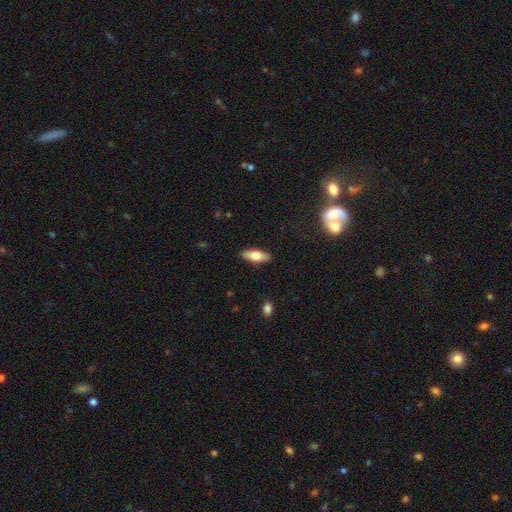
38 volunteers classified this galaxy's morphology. A smooth galaxy with no disk features (66%) that is in between round and cigar-shaped (72%).

Vote fractions:
- Smooth or featured? smooth: 66% / featured or disk: 26% / star or artifact: 8%
- How rounded? in between: 72% / cigar-shaped: 28% / round: 0%
- Merging? none: 89% / minor disturbance: 6% / major disturbance: 6% / merger: 0%